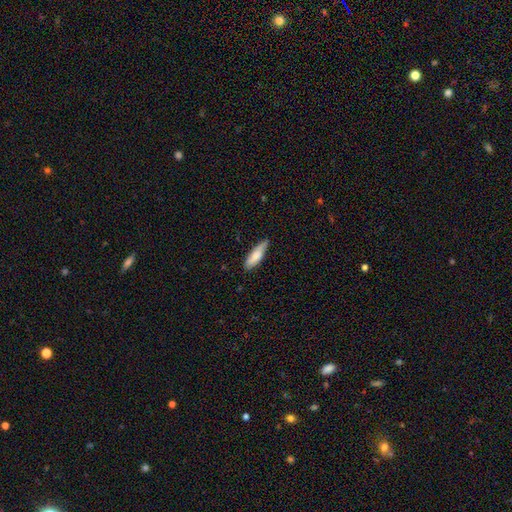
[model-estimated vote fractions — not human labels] smooth_or_featured: smooth (p=0.79) [alt: featured or disk p=0.15]
how_rounded: cigar-shaped (p=0.58) [alt: in between p=0.40]
merging: none (p=0.74) [alt: minor disturbance p=0.22]